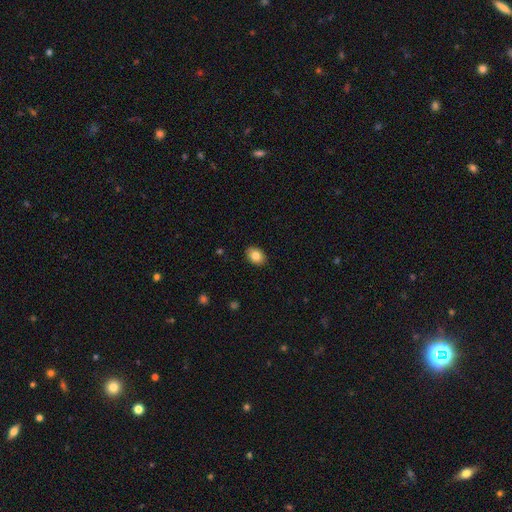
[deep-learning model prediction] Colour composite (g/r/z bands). It shows a smooth galaxy with no disk features (83%) that is in between round and cigar-shaped (72%). Merging: none (90%).